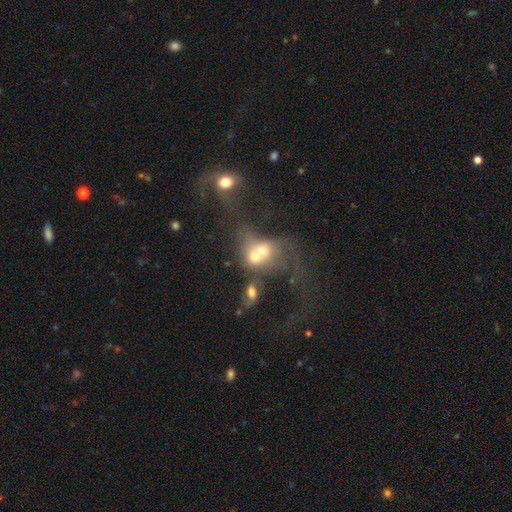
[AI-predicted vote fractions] A smooth galaxy with no disk features (50%). Merging: merger (72%).